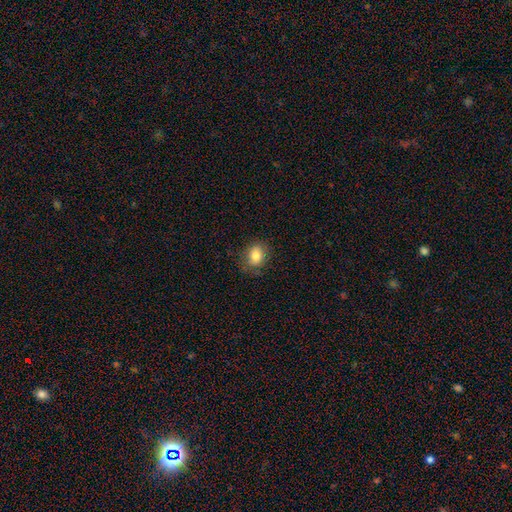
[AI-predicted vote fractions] smooth 80%, featured or disk 11%, star or artifact 9%. Down the decision tree: how rounded — in between (58%); merging — none (78%).